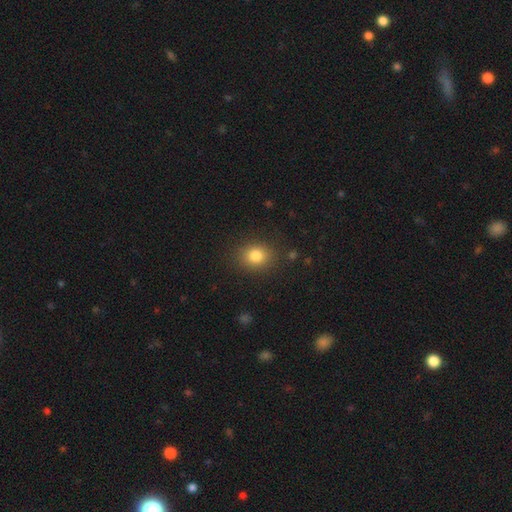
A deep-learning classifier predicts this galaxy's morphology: This is clearly a smooth galaxy (81%). How rounded: likely round (63%). Merging: clearly none (87%).